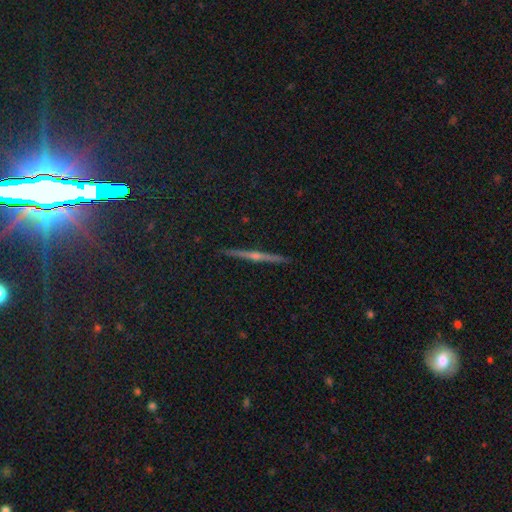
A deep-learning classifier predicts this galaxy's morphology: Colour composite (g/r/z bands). It shows a featured or disk galaxy (51%) viewed edge-on (89%). Merging: none (86%).